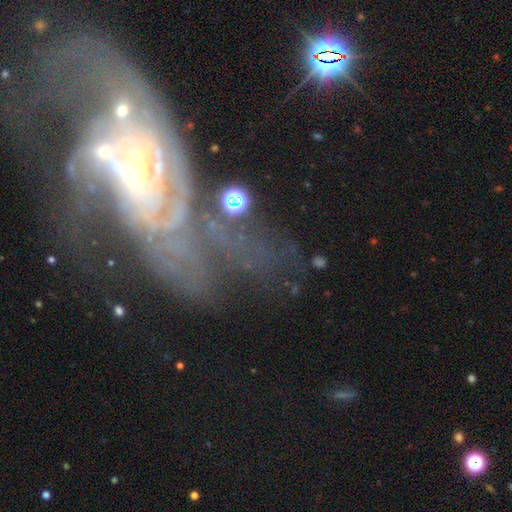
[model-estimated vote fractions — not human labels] Smooth or featured?
  - featured or disk: 70% *
  - star or artifact: 16%
  - smooth: 14%
Edge-on disk?
  - no: 90% *
  - yes: 10%
Bar?
  - no: 58% *
  - weak: 25%
  - strong: 17%
Spiral arms?
  - yes: 81% *
  - no: 19%
Spiral winding?
  - tight: 60% *
  - medium: 28%
  - loose: 12%
Spiral arm count?
  - can't tell: 38% *
  - 2: 23%
  - 3: 13%
  - 4: 9%
  - 1: 9%
  - more than 4: 8%
Bulge size?
  - small: 56% *
  - moderate: 32%
  - large: 5%
  - none: 5%
  - dominant: 3%
Merging?
  - none: 48% *
  - major disturbance: 23%
  - minor disturbance: 18%
  - merger: 11%